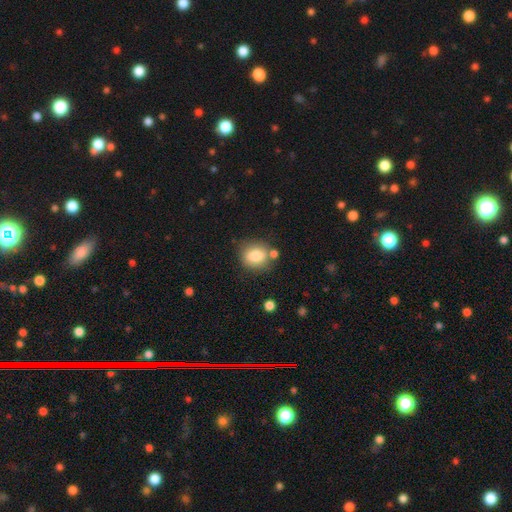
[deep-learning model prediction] This appears to be a smooth galaxy with no disk features (81%) that is round (71%). Merging: none (70%).